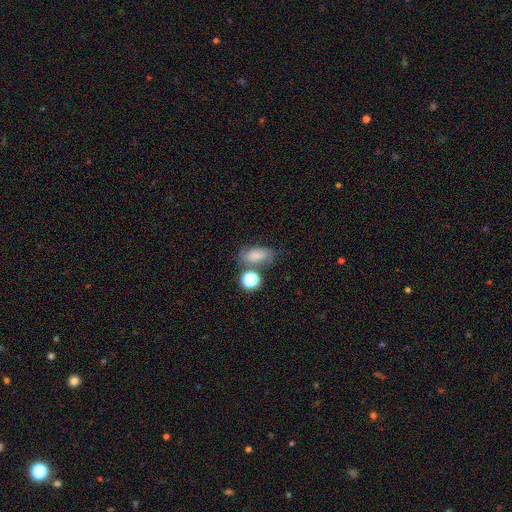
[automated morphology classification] Q: Smooth or featured?
A: smooth (62%); runner-up: featured or disk (23%)
Q: How rounded?
A: in between (80%); runner-up: round (16%)
Q: Merging?
A: none (54%); runner-up: minor disturbance (21%)